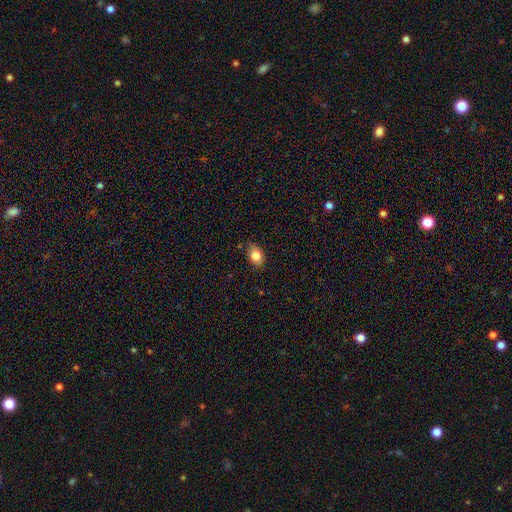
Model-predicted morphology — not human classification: Smooth or featured?
  - smooth: 84% *
  - star or artifact: 9%
  - featured or disk: 7%
How rounded?
  - in between: 77% *
  - round: 22%
  - cigar-shaped: 1%
Merging?
  - none: 80% *
  - minor disturbance: 16%
  - major disturbance: 3%
  - merger: 1%